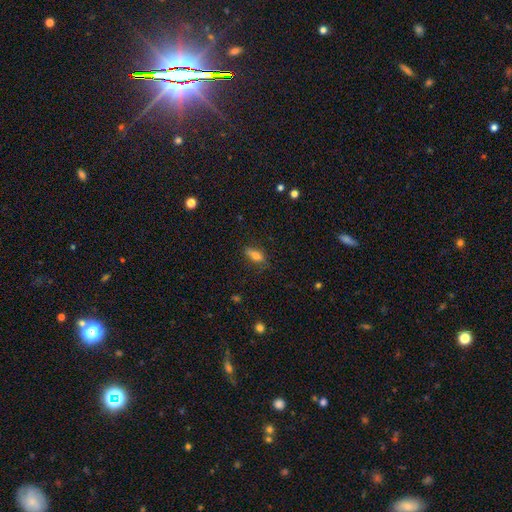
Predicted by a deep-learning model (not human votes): Smooth or featured? Predicted: smooth (p=0.69). How rounded? Predicted: in between (p=0.66). Merging? Predicted: none (p=0.77).